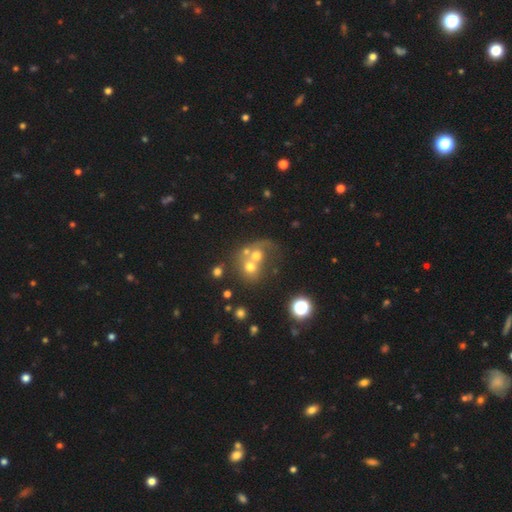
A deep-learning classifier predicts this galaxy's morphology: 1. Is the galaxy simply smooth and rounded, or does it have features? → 48% smooth, 36% featured or disk, 16% star or artifact.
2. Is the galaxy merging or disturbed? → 64% merger, 20% none, 9% major disturbance, 6% minor disturbance.